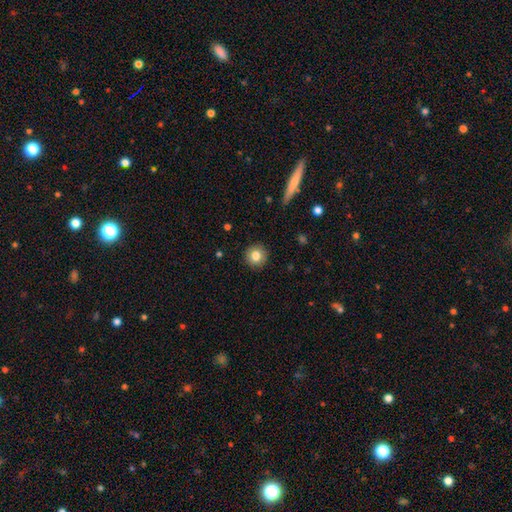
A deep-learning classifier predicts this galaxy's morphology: Smooth or featured? Predicted: smooth (p=0.82). How rounded? Predicted: round (p=0.93). Merging? Predicted: none (p=0.90).